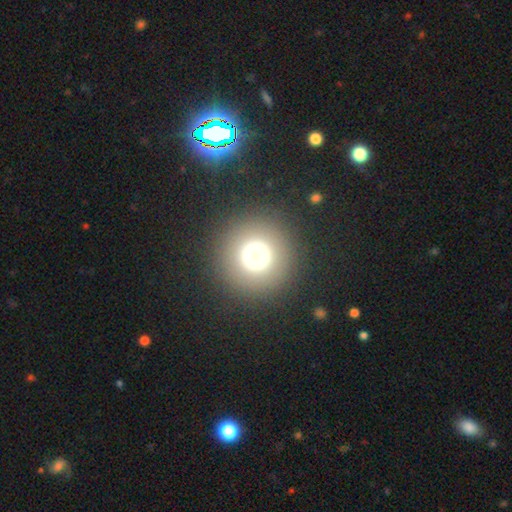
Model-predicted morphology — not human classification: Smooth or featured?
  - smooth: 67% *
  - featured or disk: 19%
  - star or artifact: 15%
How rounded?
  - round: 96% *
  - in between: 3%
  - cigar-shaped: 1%
Merging?
  - none: 88% *
  - minor disturbance: 6%
  - major disturbance: 4%
  - merger: 2%